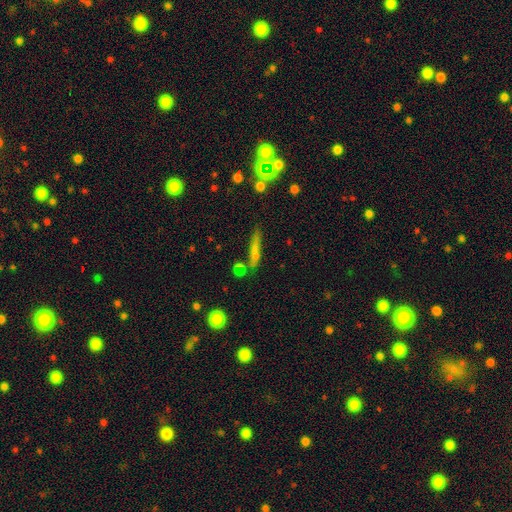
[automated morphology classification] Q: Smooth or featured?
A: smooth (49%); runner-up: featured or disk (31%)
Q: Merging?
A: none (64%); runner-up: minor disturbance (16%)